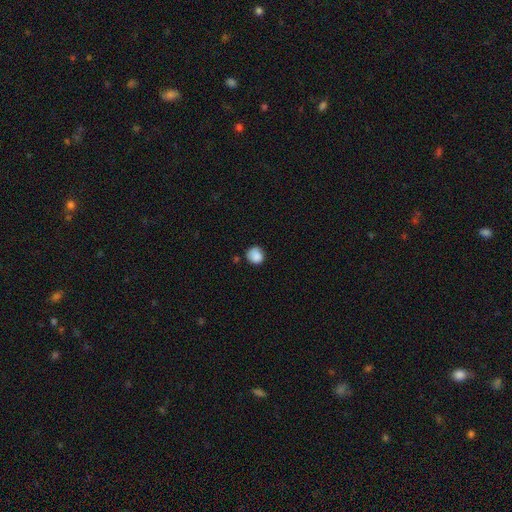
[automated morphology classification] Smooth or featured?
  - smooth: 87% *
  - star or artifact: 9%
  - featured or disk: 4%
How rounded?
  - round: 84% *
  - in between: 15%
  - cigar-shaped: 1%
Merging?
  - none: 74% *
  - minor disturbance: 19%
  - major disturbance: 4%
  - merger: 3%